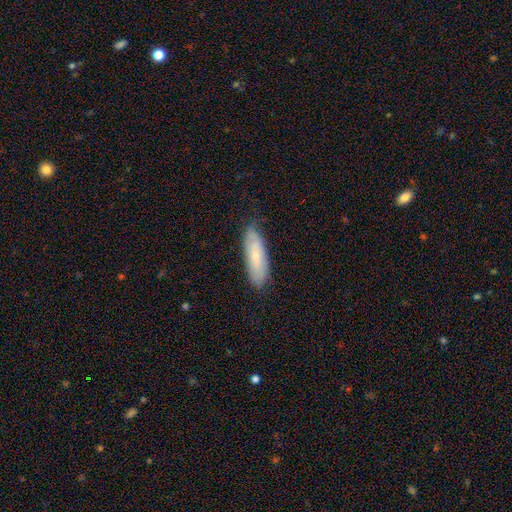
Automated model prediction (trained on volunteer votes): Overall: smooth (65%; featured or disk 29%). How rounded: in between (53%; cigar-shaped 45%). Merging: none (80%).